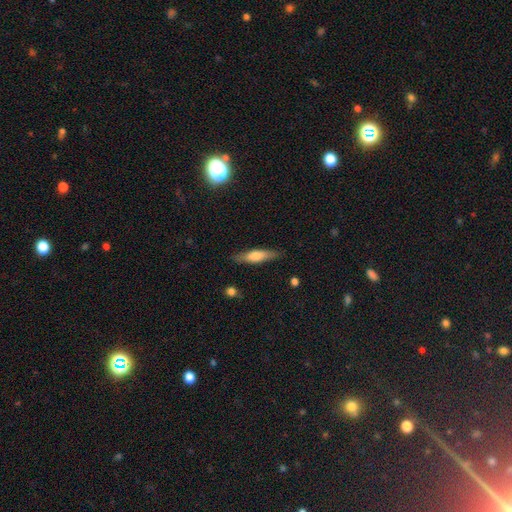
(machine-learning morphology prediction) smooth-or-featured: smooth: 60% | featured or disk: 34% | star or artifact: 6%
  how-rounded: cigar-shaped: 71% | in between: 27% | round: 2%
  merging: none: 85% | minor disturbance: 11% | major disturbance: 2% | merger: 1%